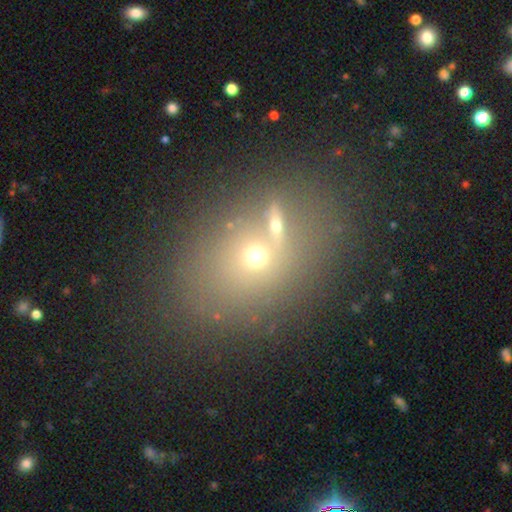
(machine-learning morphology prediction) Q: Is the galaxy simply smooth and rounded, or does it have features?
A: smooth — 56%.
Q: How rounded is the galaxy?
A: round — 57%.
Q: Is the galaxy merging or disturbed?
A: none — 47%.